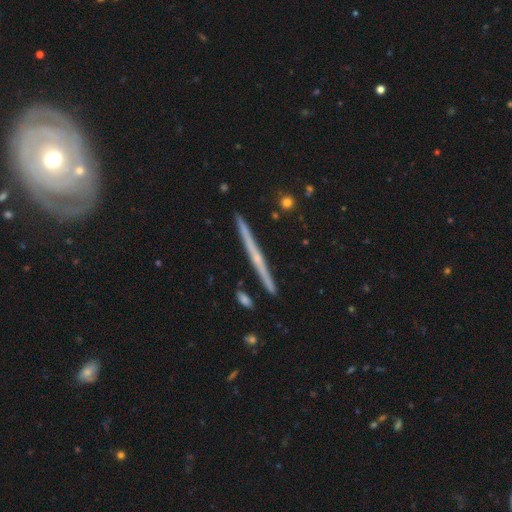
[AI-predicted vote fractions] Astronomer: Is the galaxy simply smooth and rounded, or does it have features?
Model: featured or disk — 72%.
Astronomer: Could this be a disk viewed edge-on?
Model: yes — 97%.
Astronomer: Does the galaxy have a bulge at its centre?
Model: none — 48% (runner-up: rounded, 45%).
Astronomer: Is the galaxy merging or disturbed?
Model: none — 88%.